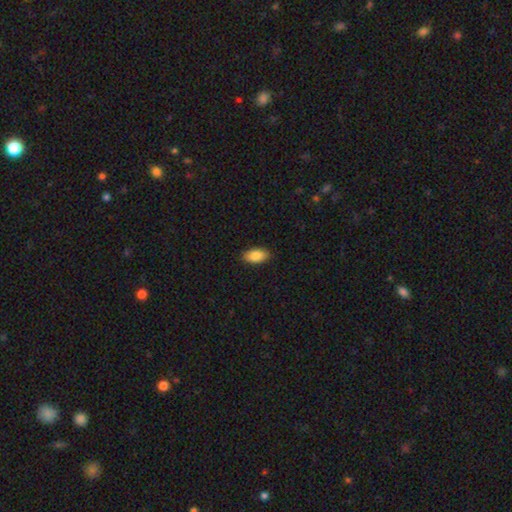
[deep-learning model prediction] Overall: smooth (87%). How rounded: in between (93%). Merging: none (89%).